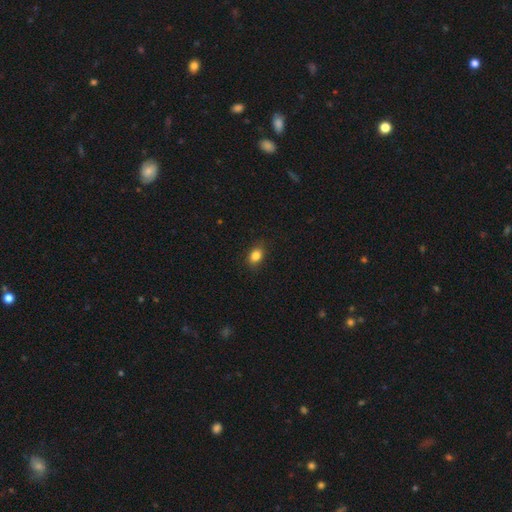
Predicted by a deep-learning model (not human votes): Morphology: type=smooth (85%); roundness=in between (69%); merging=none (86%).